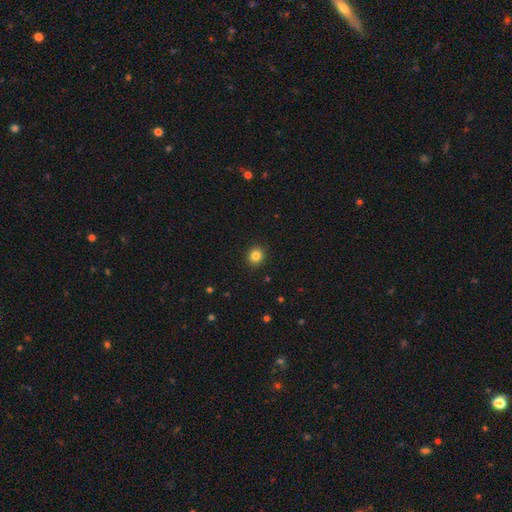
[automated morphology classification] A smooth galaxy with no disk features (84%) that is round (87%).

Vote fractions:
- Smooth or featured? smooth: 84% / star or artifact: 11% / featured or disk: 5%
- How rounded? round: 87% / in between: 12% / cigar-shaped: 1%
- Merging? none: 92% / minor disturbance: 5% / major disturbance: 2% / merger: 1%